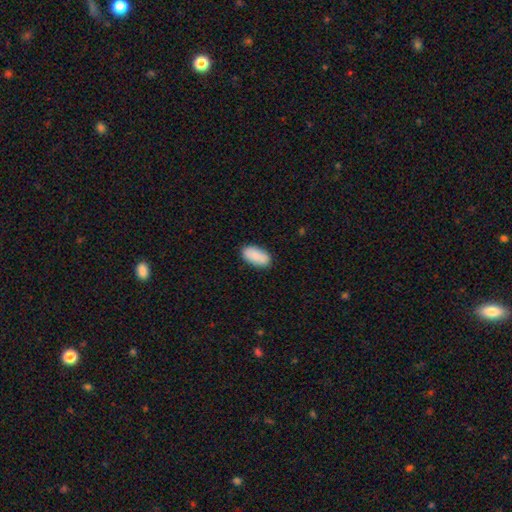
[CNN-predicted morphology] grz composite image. It shows a smooth galaxy with no disk features (89%) that is in between round and cigar-shaped (93%). Merging: none (86%).